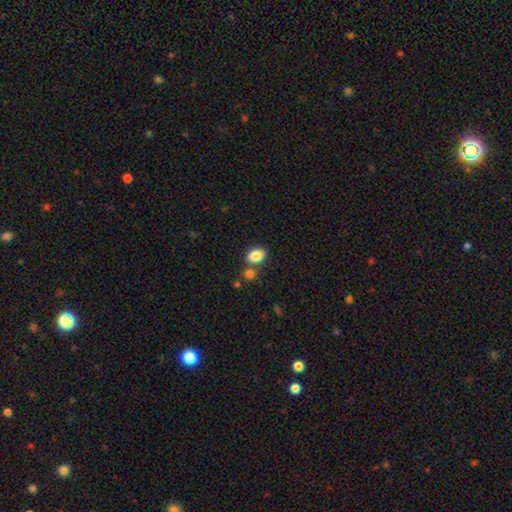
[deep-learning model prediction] Q: Smooth or featured?
A: smooth (86%); runner-up: star or artifact (8%)
Q: How rounded?
A: in between (74%); runner-up: round (24%)
Q: Merging?
A: none (67%); runner-up: merger (18%)